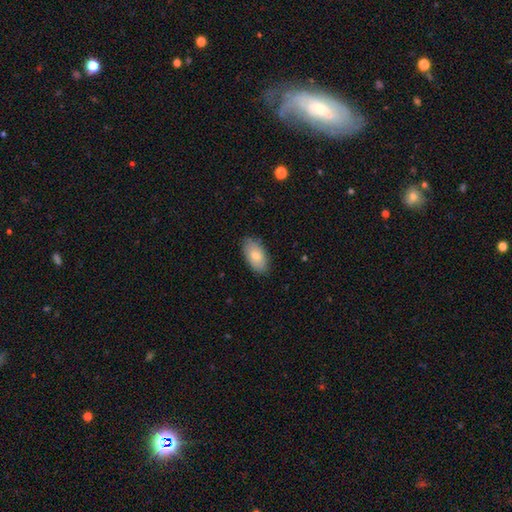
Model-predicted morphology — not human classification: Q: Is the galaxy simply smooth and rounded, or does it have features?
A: smooth — 76%.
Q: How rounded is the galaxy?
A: in between — 93%.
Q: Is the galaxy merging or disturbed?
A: none — 87%.